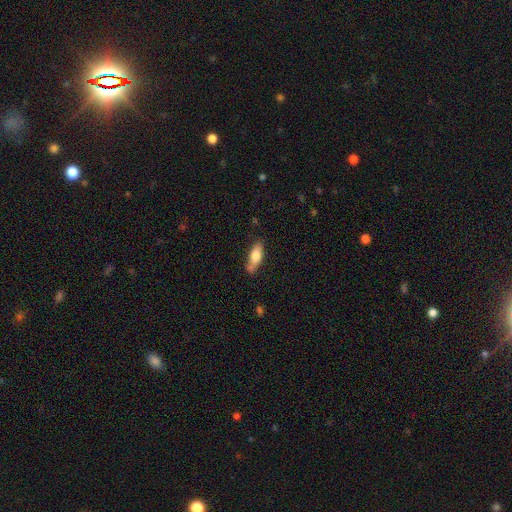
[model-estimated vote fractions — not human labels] Smooth or featured?
  - smooth: 73% *
  - featured or disk: 21%
  - star or artifact: 6%
How rounded?
  - in between: 67% *
  - cigar-shaped: 31%
  - round: 2%
Merging?
  - none: 66% *
  - minor disturbance: 22%
  - merger: 7%
  - major disturbance: 4%